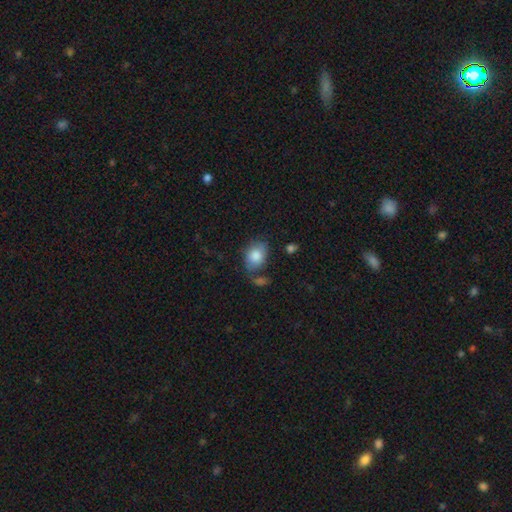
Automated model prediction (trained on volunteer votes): This is clearly a smooth galaxy (83%). How rounded: likely in between (71%). Merging: possibly none (59%).